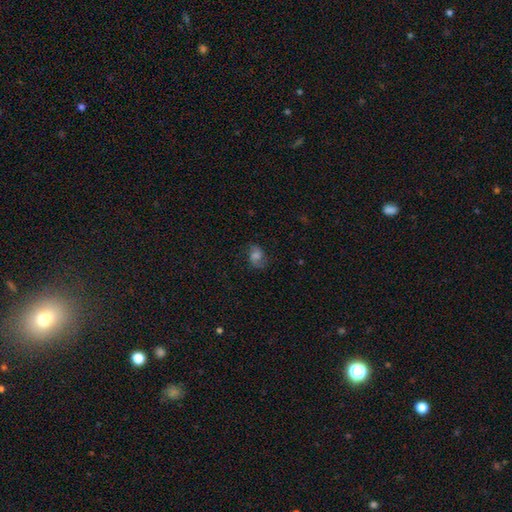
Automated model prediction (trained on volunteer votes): This appears to be a smooth galaxy with no disk features (44%). Merging: none (70%).